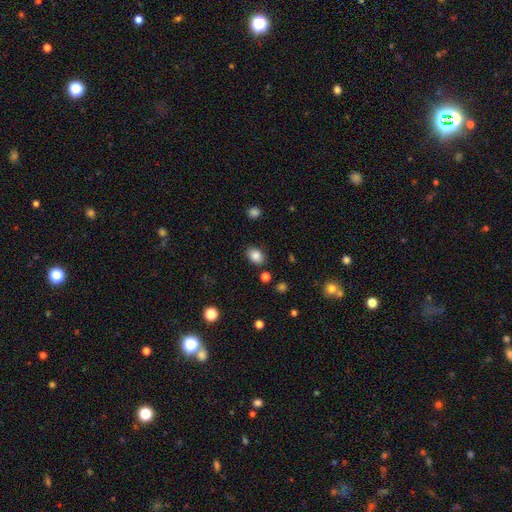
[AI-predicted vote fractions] Smooth or featured? Predicted: smooth (p=0.85). How rounded? Predicted: in between (p=0.72). Merging? Predicted: none (p=0.83).